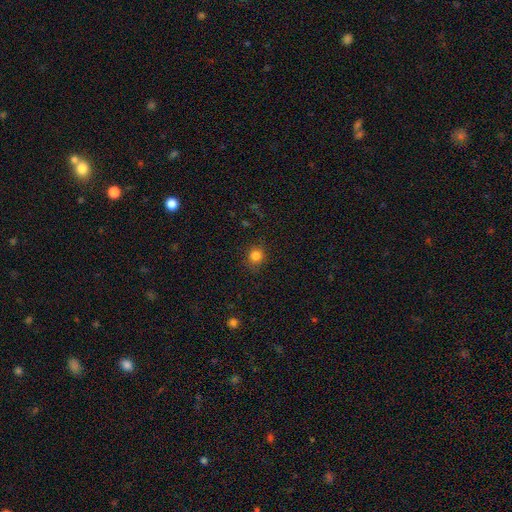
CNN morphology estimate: A smooth galaxy with no disk features (82%) that is round (85%). Merging: none (87%).